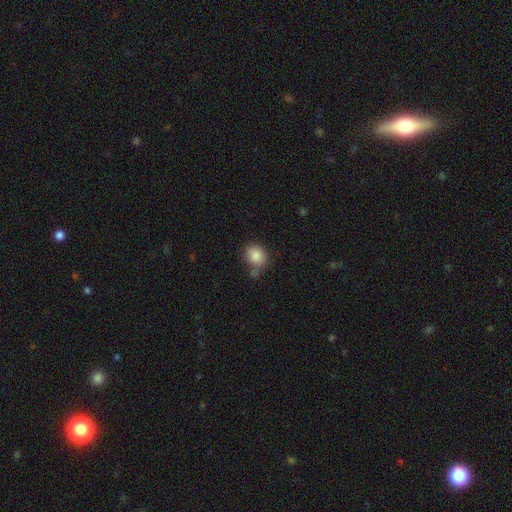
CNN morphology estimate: Smooth or featured?
  - smooth: 85% *
  - star or artifact: 9%
  - featured or disk: 6%
How rounded?
  - round: 64% *
  - in between: 35%
  - cigar-shaped: 1%
Merging?
  - none: 65% *
  - minor disturbance: 18%
  - merger: 12%
  - major disturbance: 5%